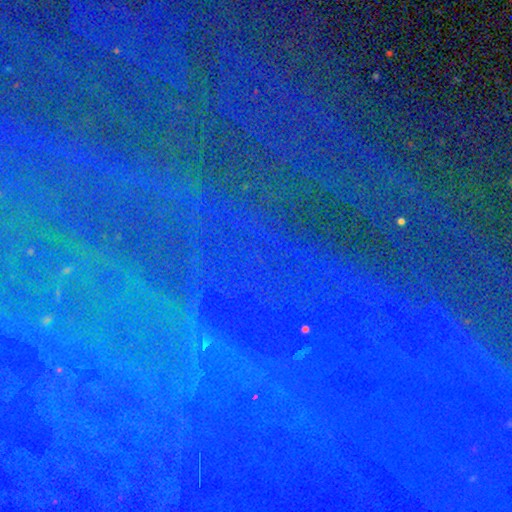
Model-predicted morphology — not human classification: Overall: star or artifact (86%).